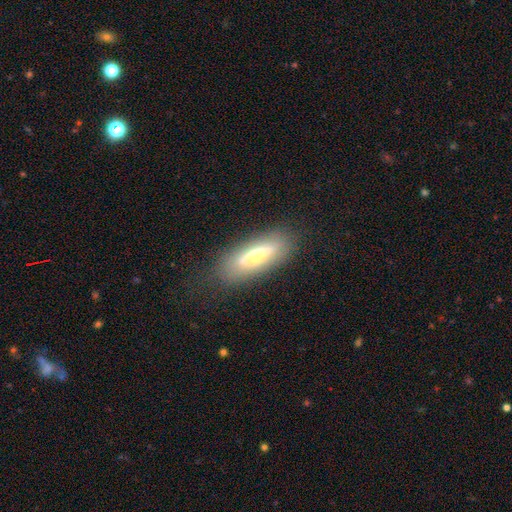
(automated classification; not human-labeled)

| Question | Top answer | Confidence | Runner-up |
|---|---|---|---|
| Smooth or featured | featured or disk | 50% | smooth (41%) |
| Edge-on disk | yes | 70% | no (30%) |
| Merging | none | 82% | minor disturbance (12%) |